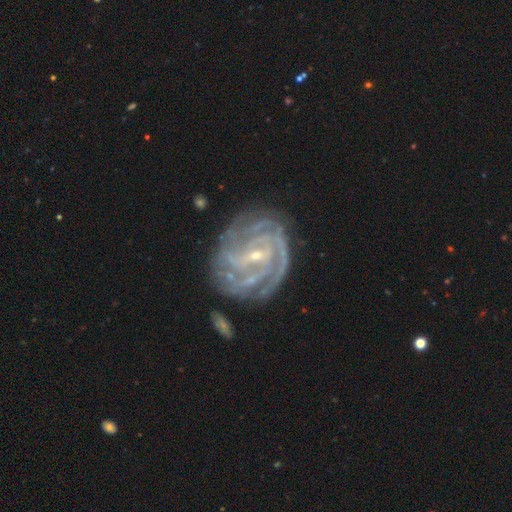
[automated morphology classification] This appears to be a featured or disk galaxy (90%) with a weak bar (46%), 4 (26%) tight (73%) spiral arms (97%) and a small central bulge (77%). Merging: none (73%).